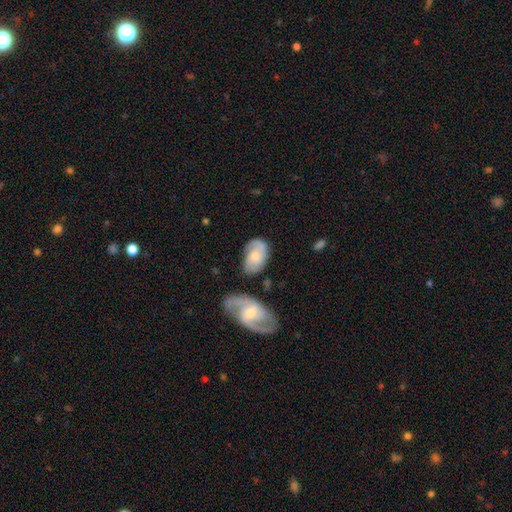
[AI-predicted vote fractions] Smooth or featured?
  - featured or disk: 59% *
  - smooth: 35%
  - star or artifact: 6%
Edge-on disk?
  - no: 96% *
  - yes: 4%
Bar?
  - no: 63% *
  - weak: 32%
  - strong: 5%
Spiral arms?
  - yes: 88% *
  - no: 12%
Bulge size?
  - moderate: 44% *
  - small: 40%
  - none: 8%
  - large: 6%
  - dominant: 2%
Merging?
  - none: 57% *
  - minor disturbance: 25%
  - major disturbance: 10%
  - merger: 8%